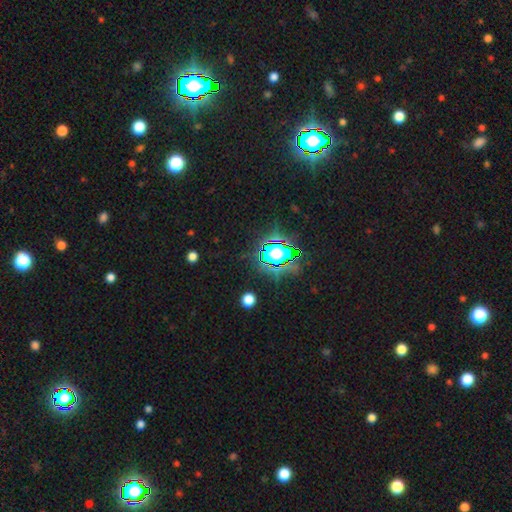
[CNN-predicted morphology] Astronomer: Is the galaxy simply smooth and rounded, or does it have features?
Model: star or artifact — 79%.